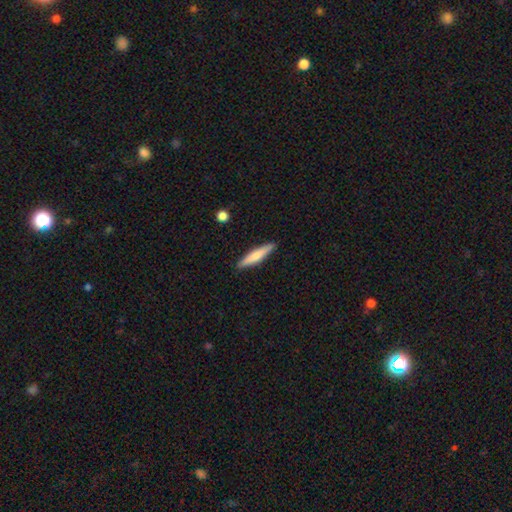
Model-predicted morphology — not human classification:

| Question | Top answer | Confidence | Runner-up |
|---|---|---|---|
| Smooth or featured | smooth | 63% | featured or disk (31%) |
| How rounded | cigar-shaped | 86% | in between (12%) |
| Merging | none | 89% | minor disturbance (8%) |